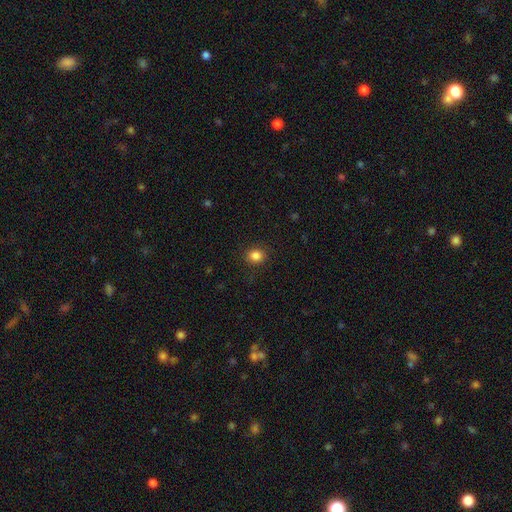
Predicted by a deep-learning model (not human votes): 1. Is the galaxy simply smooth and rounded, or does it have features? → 85% smooth, 11% star or artifact, 4% featured or disk.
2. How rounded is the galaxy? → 75% round, 24% in between, 1% cigar-shaped.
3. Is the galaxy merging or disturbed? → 88% none, 8% minor disturbance, 3% major disturbance, 1% merger.